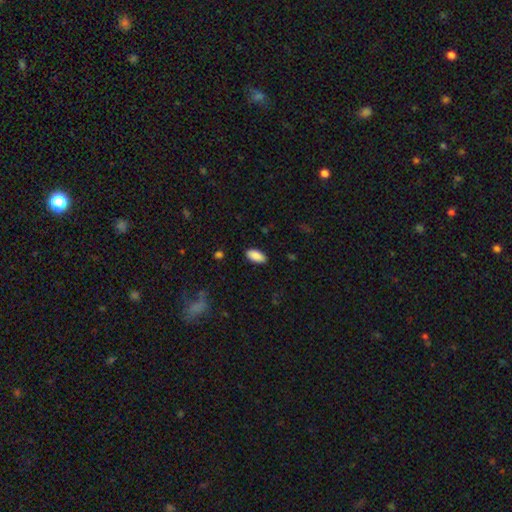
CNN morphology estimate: A smooth galaxy with no disk features (89%) that is in between round and cigar-shaped (93%).

Vote fractions:
- Smooth or featured? smooth: 89% / star or artifact: 7% / featured or disk: 4%
- How rounded? in between: 93% / cigar-shaped: 5% / round: 2%
- Merging? none: 87% / minor disturbance: 9% / major disturbance: 2% / merger: 1%